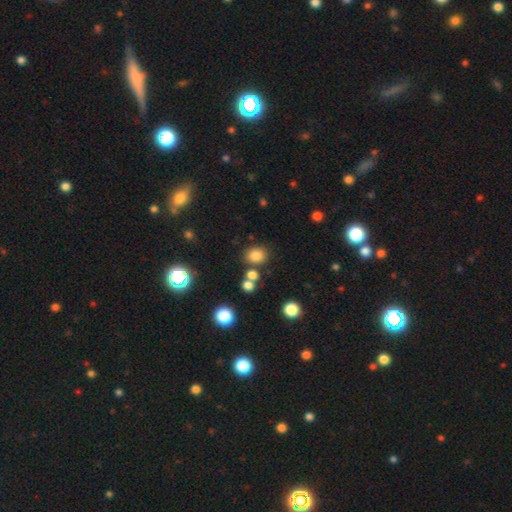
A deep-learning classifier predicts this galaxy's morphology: smooth-or-featured: smooth: 80% | star or artifact: 15% | featured or disk: 6%
  how-rounded: round: 59% | in between: 40% | cigar-shaped: 1%
  merging: none: 73% | merger: 13% | minor disturbance: 10% | major disturbance: 4%